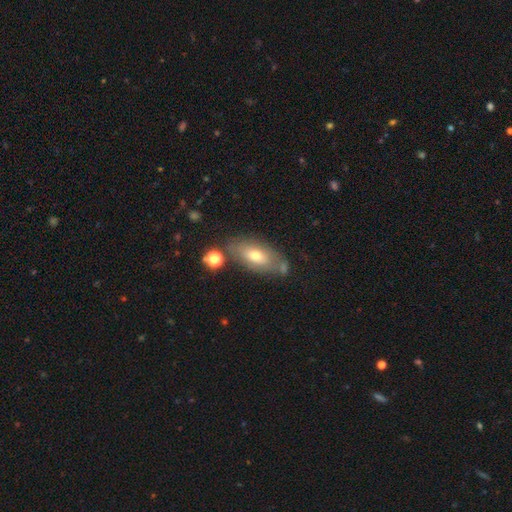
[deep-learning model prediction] This appears to be a smooth galaxy with no disk features (63%) that is in between round and cigar-shaped (85%). Merging: none (64%).